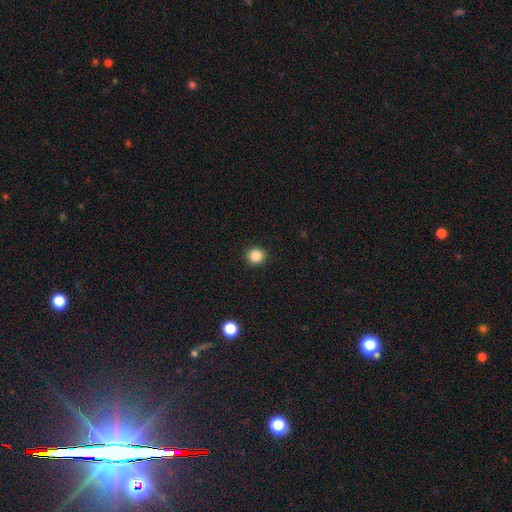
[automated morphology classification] Q: Smooth or featured?
A: smooth (86%); runner-up: star or artifact (11%)
Q: How rounded?
A: round (93%); runner-up: in between (6%)
Q: Merging?
A: none (93%); runner-up: minor disturbance (5%)